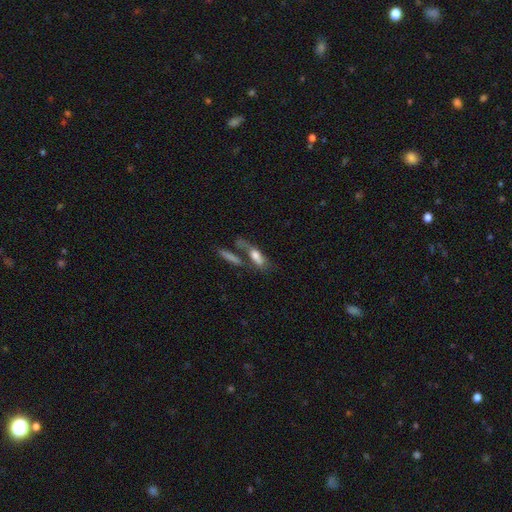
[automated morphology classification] This appears to be a smooth galaxy with no disk features (60%) that is in between round and cigar-shaped (55%). Merging: merger (42%).